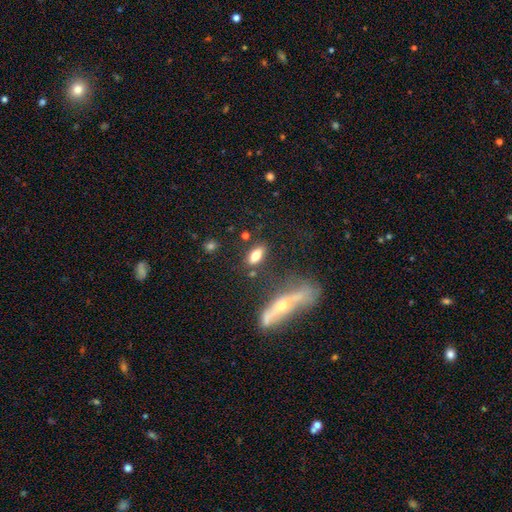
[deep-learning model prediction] smooth 74%, featured or disk 17%, star or artifact 9%. Down the decision tree: how rounded — in between (82%); merging — none (74%).